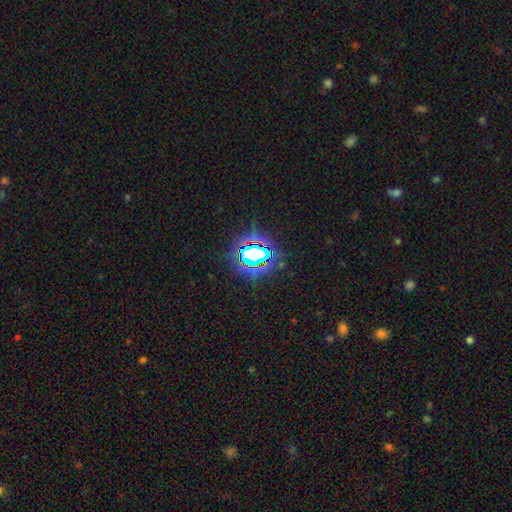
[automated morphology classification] Smooth or featured?
  - star or artifact: 70% *
  - smooth: 17%
  - featured or disk: 12%